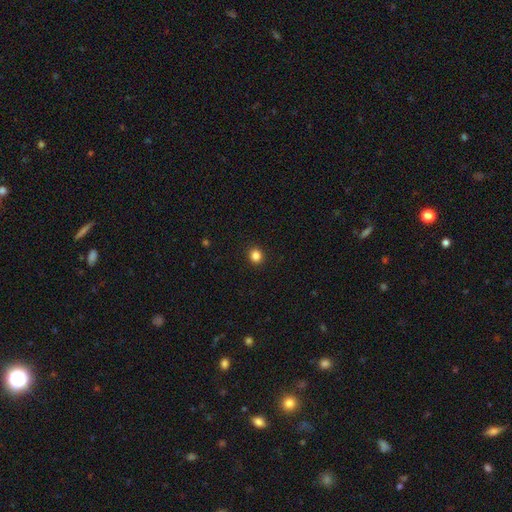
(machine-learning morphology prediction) Smooth or featured? smooth (85%)
How rounded? round (87%)
Merging? none (92%)